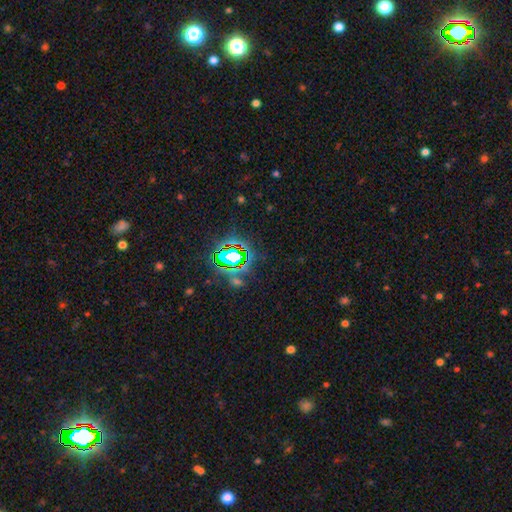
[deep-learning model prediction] Q: Smooth or featured?
A: star or artifact (80%); runner-up: smooth (12%)